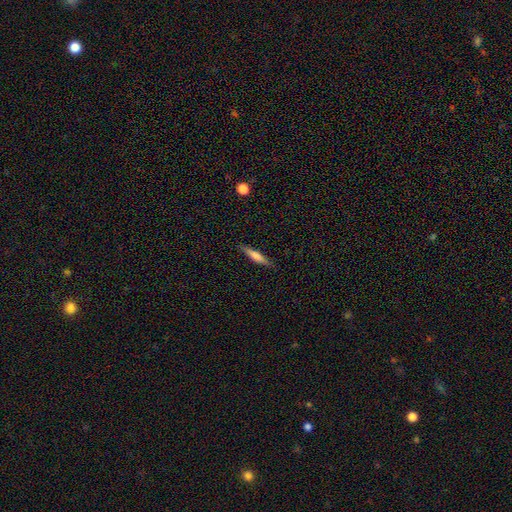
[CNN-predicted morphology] Smooth or featured? smooth (56%)
How rounded? cigar-shaped (89%)
Merging? none (88%)